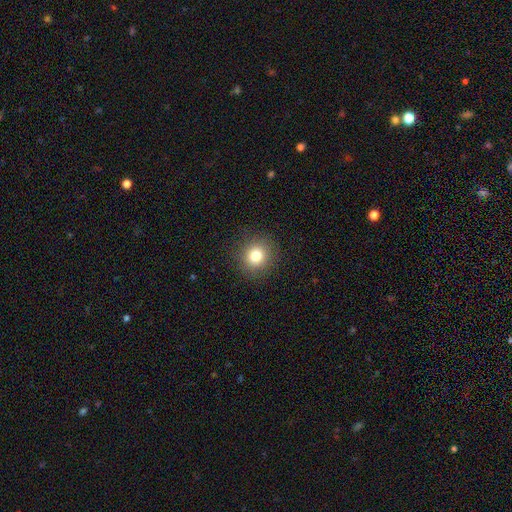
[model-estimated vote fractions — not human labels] Q: Smooth or featured?
A: smooth (81%); runner-up: star or artifact (12%)
Q: How rounded?
A: round (88%); runner-up: in between (11%)
Q: Merging?
A: none (90%); runner-up: minor disturbance (7%)